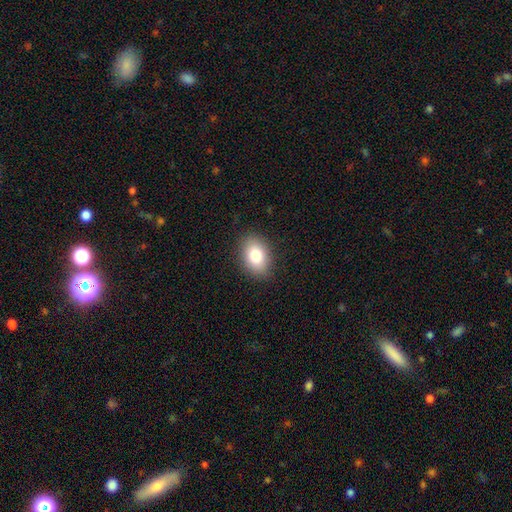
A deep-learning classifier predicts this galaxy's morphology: The model was most divided on "how rounded": in between: 81%, round: 17%, cigar-shaped: 1%. More confident: merging — none (87%); smooth or featured — smooth (81%).